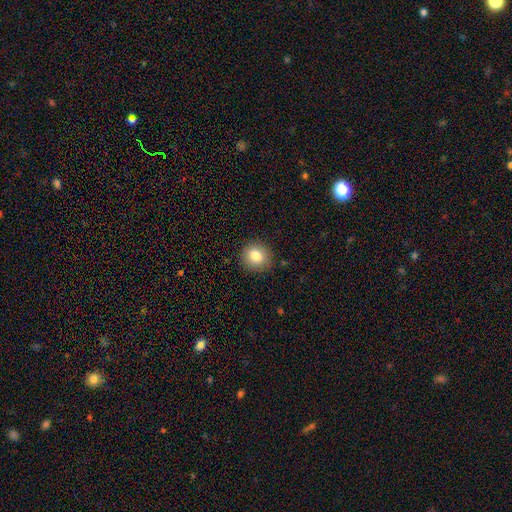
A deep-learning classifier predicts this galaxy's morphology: smooth-or-featured: smooth: 83% | star or artifact: 10% | featured or disk: 7%
  how-rounded: round: 84% | in between: 15% | cigar-shaped: 1%
  merging: none: 88% | minor disturbance: 9% | major disturbance: 2% | merger: 1%